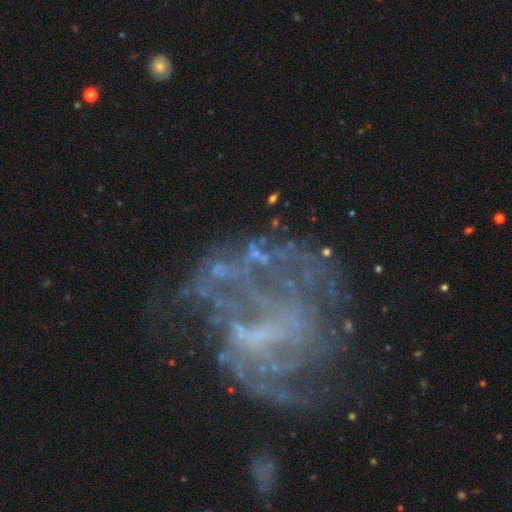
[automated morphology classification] featured or disk 63%, star or artifact 24%, smooth 13%. Down the decision tree: edge-on disk — no (96%); bar — no (60%); spiral arms — no (51%); bulge size — none (54%); merging — none (54%).